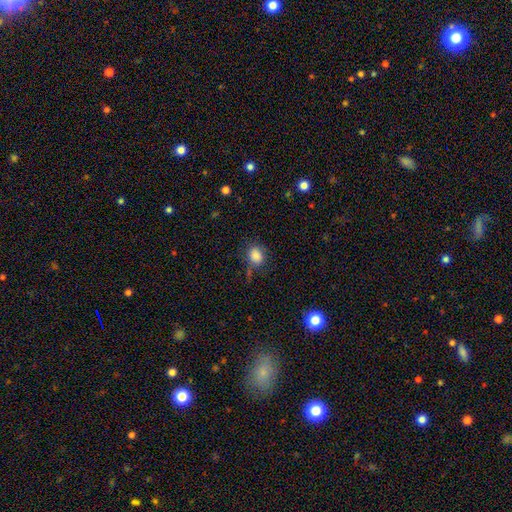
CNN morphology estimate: A smooth galaxy with no disk features (85%) that is round (52%).

Vote fractions:
- Smooth or featured? smooth: 85% / star or artifact: 10% / featured or disk: 5%
- How rounded? round: 52% / in between: 47% / cigar-shaped: 1%
- Merging? none: 65% / minor disturbance: 22% / major disturbance: 8% / merger: 4%